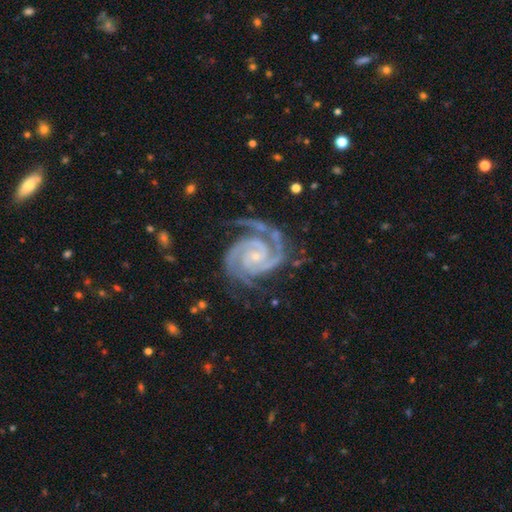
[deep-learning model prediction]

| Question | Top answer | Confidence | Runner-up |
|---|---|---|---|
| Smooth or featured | featured or disk | 94% | star or artifact (4%) |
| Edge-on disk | no | 98% | yes (2%) |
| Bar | no | 64% | weak (24%) |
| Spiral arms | yes | 99% | no (1%) |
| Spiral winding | tight | 70% | medium (28%) |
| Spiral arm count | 2 | 66% | 3 (22%) |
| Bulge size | small | 77% | moderate (17%) |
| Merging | none | 69% | minor disturbance (19%) |